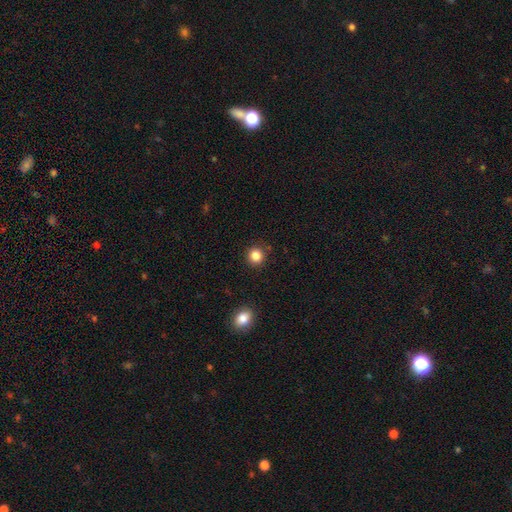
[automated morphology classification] Overall: smooth (85%). How rounded: round (92%). Merging: none (90%).